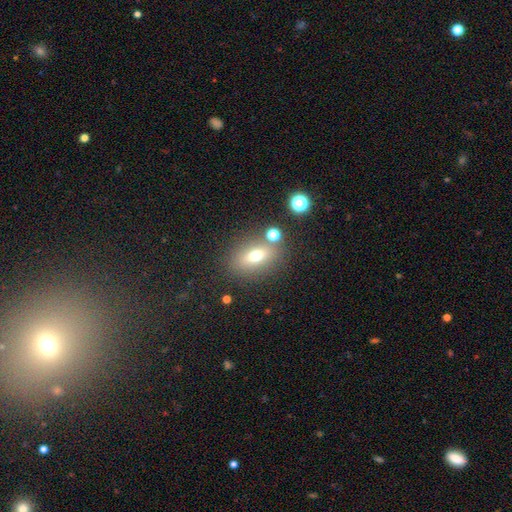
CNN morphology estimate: Smooth or featured? smooth (67%)
How rounded? in between (71%)
Merging? none (75%)